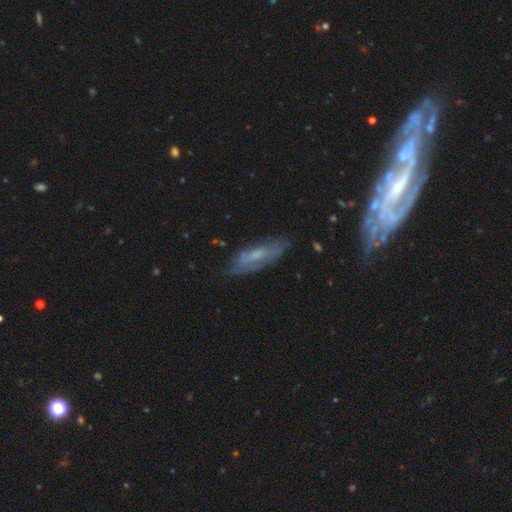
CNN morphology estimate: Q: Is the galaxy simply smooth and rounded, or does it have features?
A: featured or disk — 50%.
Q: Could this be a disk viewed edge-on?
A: no — 70%.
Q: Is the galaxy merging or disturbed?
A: none — 65%.